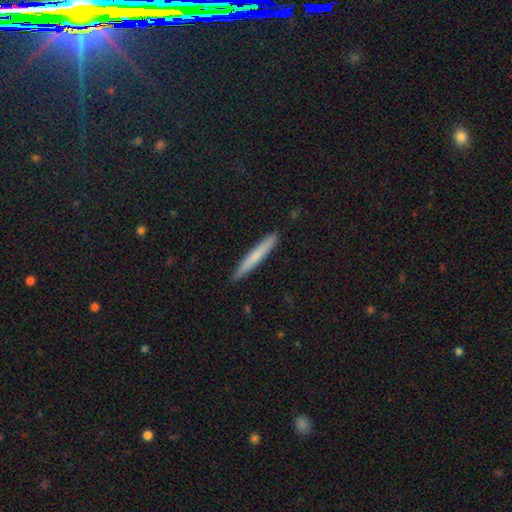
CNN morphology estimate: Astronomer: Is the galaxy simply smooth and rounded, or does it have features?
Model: smooth — 69%.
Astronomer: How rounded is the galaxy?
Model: cigar-shaped — 96%.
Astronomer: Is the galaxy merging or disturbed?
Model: none — 91%.